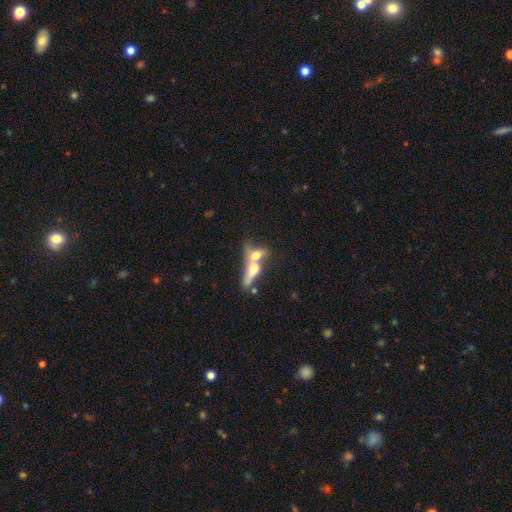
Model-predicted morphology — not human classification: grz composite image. It shows a smooth galaxy with no disk features (57%) that is in between round and cigar-shaped (52%). Merging: merger (73%).